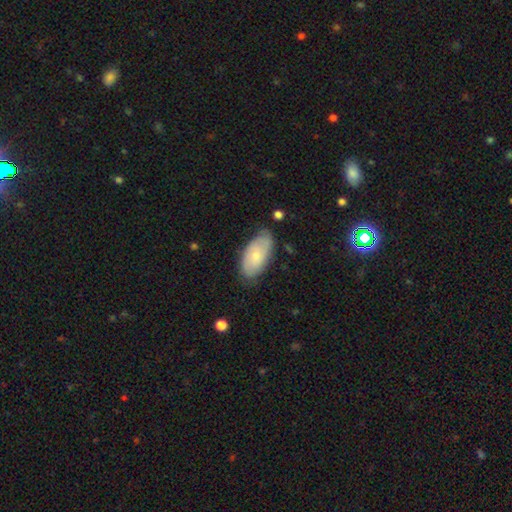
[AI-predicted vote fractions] smooth 57%, featured or disk 37%, star or artifact 6%. Down the decision tree: how rounded — in between (93%); merging — none (72%).